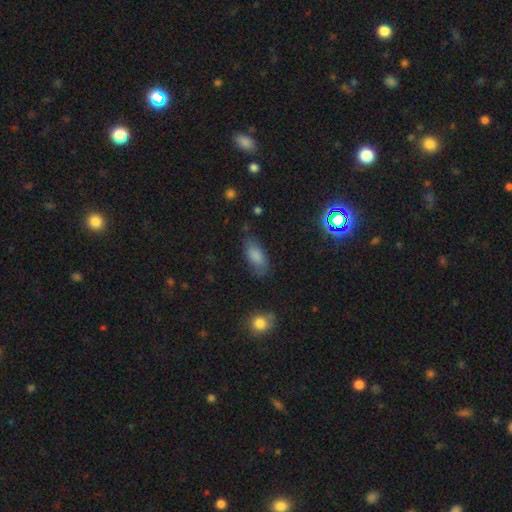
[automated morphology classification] Smooth or featured: smooth — 80% (featured or disk — 11%)
How rounded: in between — 87% (cigar-shaped — 10%)
Merging: none — 71% (minor disturbance — 21%)